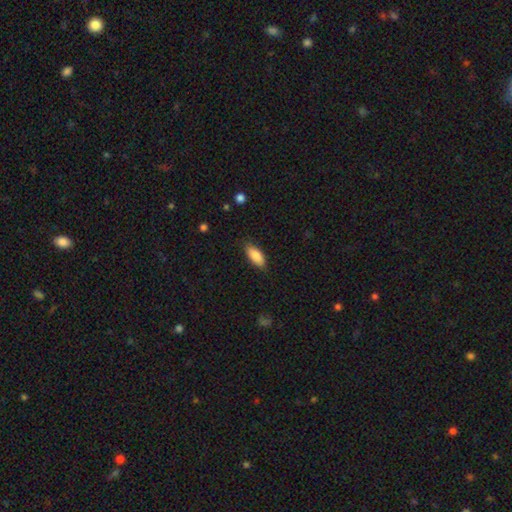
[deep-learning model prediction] Morphology: type=smooth (86%); roundness=in between (84%); merging=none (82%).